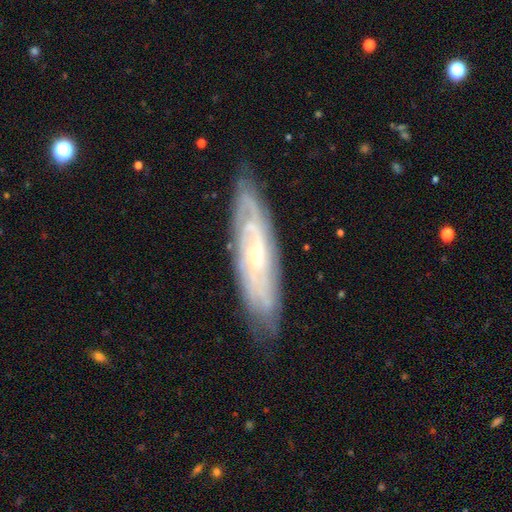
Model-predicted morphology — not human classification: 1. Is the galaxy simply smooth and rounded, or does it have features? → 78% featured or disk, 15% smooth, 7% star or artifact.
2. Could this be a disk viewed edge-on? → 75% no, 25% yes.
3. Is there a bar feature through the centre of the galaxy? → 69% no, 24% weak, 7% strong.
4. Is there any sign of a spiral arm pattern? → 90% yes, 10% no.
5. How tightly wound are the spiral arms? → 69% tight, 24% medium, 7% loose.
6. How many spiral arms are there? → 55% can't tell, 17% 2, 10% 3, 8% 4, 5% more than 4, 4% 1.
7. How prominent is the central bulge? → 77% small, 20% moderate, 2% none, 1% large, 1% dominant.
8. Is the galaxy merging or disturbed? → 81% none, 15% minor disturbance, 3% major disturbance, 1% merger.